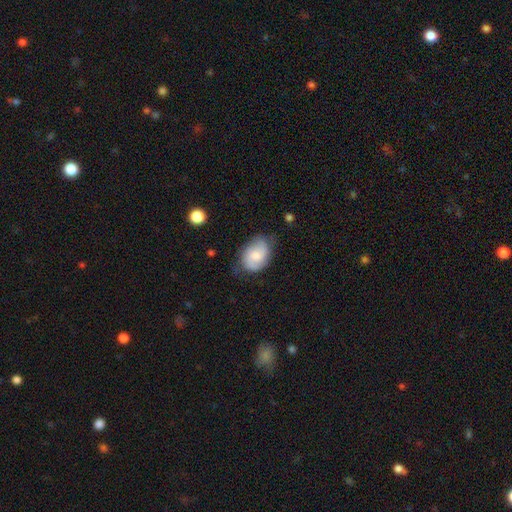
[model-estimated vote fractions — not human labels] Smooth or featured?
  - smooth: 48% *
  - featured or disk: 45%
  - star or artifact: 7%
Merging?
  - none: 64% *
  - minor disturbance: 27%
  - major disturbance: 8%
  - merger: 2%